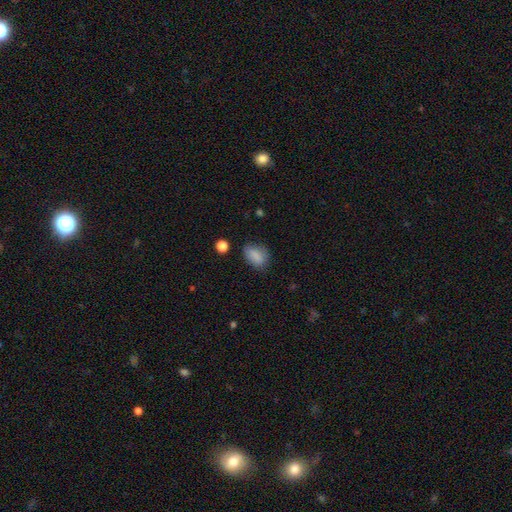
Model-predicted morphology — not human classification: Q: Smooth or featured?
A: smooth (85%); runner-up: star or artifact (9%)
Q: How rounded?
A: in between (80%); runner-up: round (18%)
Q: Merging?
A: none (71%); runner-up: minor disturbance (21%)